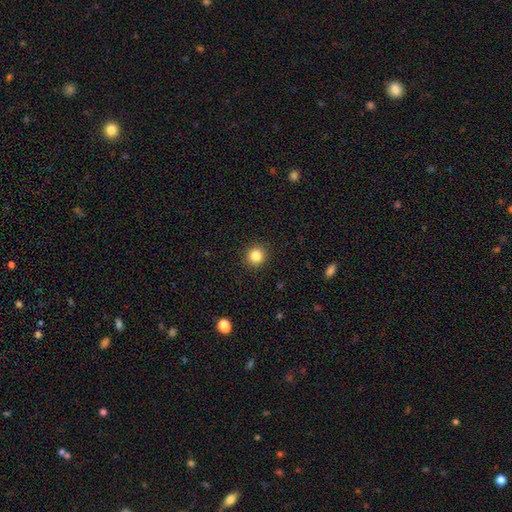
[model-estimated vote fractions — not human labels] Q: Smooth or featured?
A: smooth (85%); runner-up: star or artifact (11%)
Q: How rounded?
A: round (92%); runner-up: in between (7%)
Q: Merging?
A: none (92%); runner-up: minor disturbance (5%)